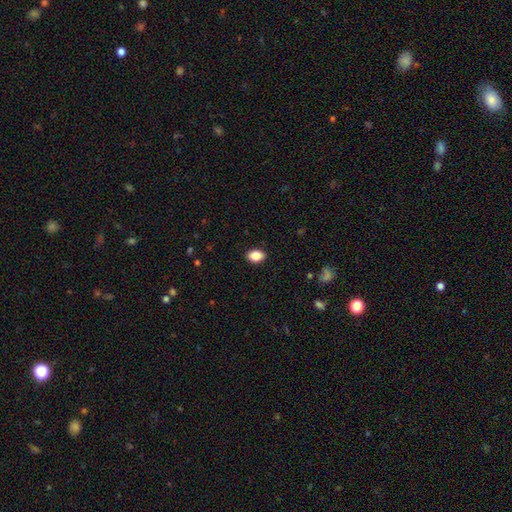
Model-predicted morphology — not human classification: Smooth or featured? smooth (86%)
How rounded? in between (82%)
Merging? none (90%)